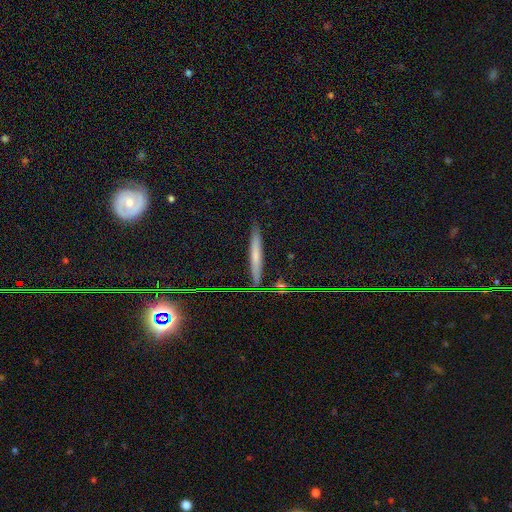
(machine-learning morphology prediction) Smooth or featured?
  - smooth: 49% *
  - featured or disk: 34%
  - star or artifact: 17%
Merging?
  - none: 85% *
  - minor disturbance: 10%
  - merger: 2%
  - major disturbance: 2%